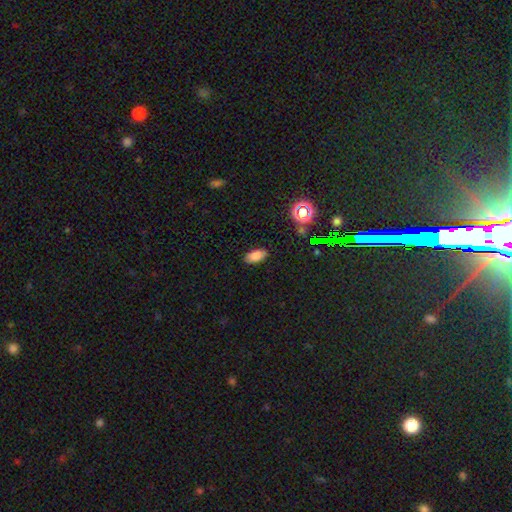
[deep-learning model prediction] Smooth or featured? smooth (82%)
How rounded? in between (90%)
Merging? none (87%)